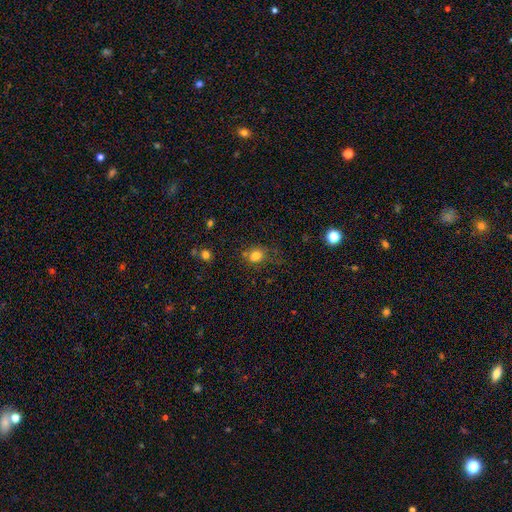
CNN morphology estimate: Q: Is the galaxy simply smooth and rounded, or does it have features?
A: smooth — 79%.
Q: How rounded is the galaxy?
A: round — 55%.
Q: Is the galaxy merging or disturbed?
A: none — 60%.